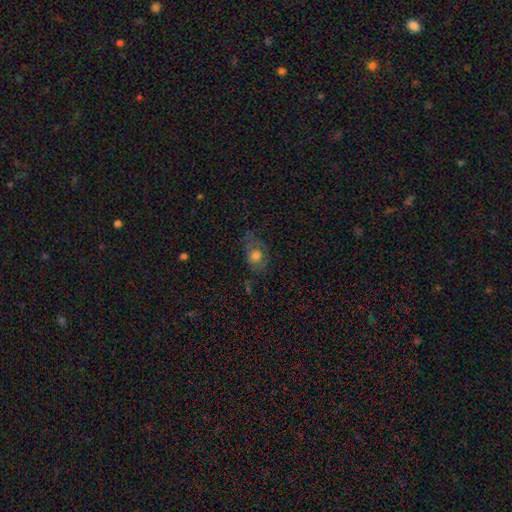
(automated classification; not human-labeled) smooth 58%, featured or disk 29%, star or artifact 13%. Down the decision tree: how rounded — in between (68%); merging — none (54%).